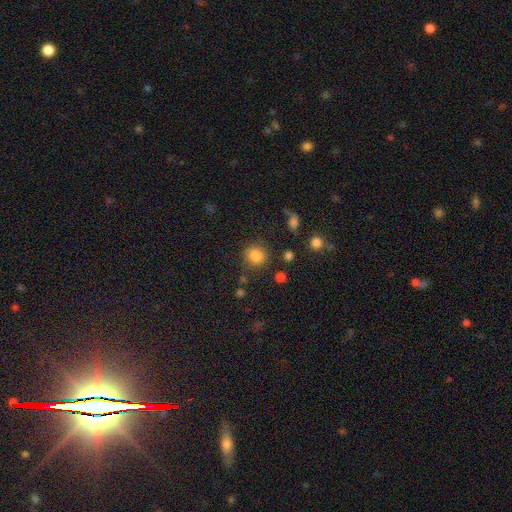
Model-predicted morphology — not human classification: smooth_or_featured: smooth (p=0.83) [alt: star or artifact p=0.12]
how_rounded: round (p=0.83) [alt: in between p=0.16]
merging: none (p=0.81) [alt: minor disturbance p=0.11]